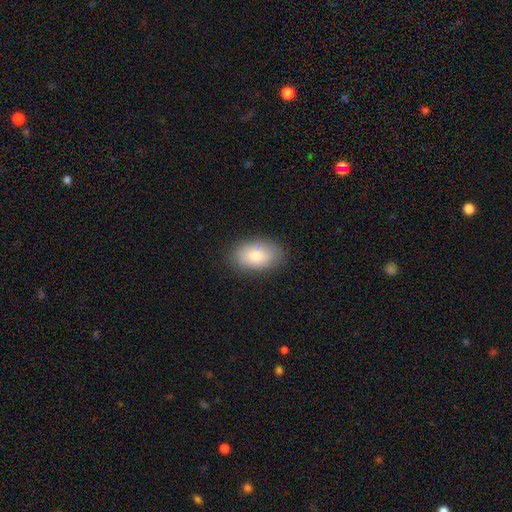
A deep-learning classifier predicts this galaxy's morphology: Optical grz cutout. It shows a smooth galaxy with no disk features (82%) that is in between round and cigar-shaped (91%). Merging: none (82%).